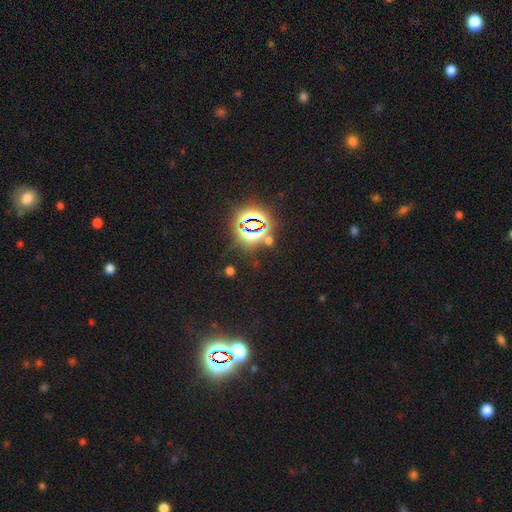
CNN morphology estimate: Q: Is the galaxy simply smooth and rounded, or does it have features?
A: star or artifact — 83%.